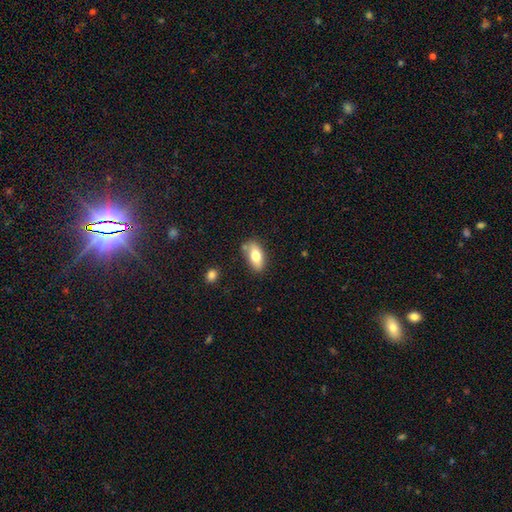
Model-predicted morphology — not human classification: smooth-or-featured: smooth: 76% | featured or disk: 18% | star or artifact: 7%
  how-rounded: in between: 87% | cigar-shaped: 9% | round: 4%
  merging: none: 73% | minor disturbance: 17% | merger: 6% | major disturbance: 4%